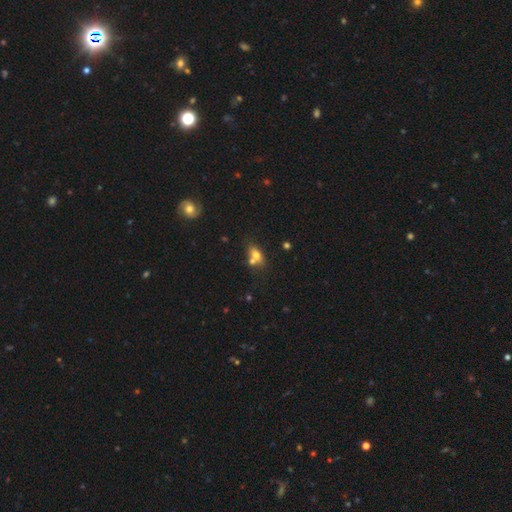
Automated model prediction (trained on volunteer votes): A smooth galaxy with no disk features (68%) that is in between round and cigar-shaped (75%). Merging: none (43%).